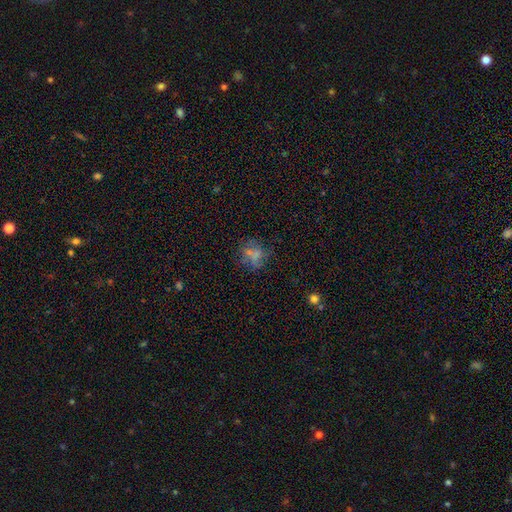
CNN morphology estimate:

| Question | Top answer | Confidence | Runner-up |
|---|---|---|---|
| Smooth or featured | smooth | 57% | featured or disk (23%) |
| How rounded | round | 71% | in between (27%) |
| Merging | none | 60% | minor disturbance (18%) |